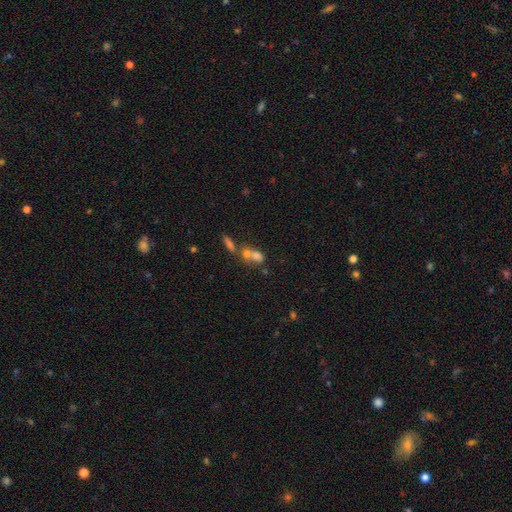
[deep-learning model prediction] Smooth or featured?
  - smooth: 68% *
  - featured or disk: 19%
  - star or artifact: 13%
How rounded?
  - in between: 66% *
  - round: 27%
  - cigar-shaped: 7%
Merging?
  - merger: 62% *
  - none: 24%
  - minor disturbance: 8%
  - major disturbance: 6%